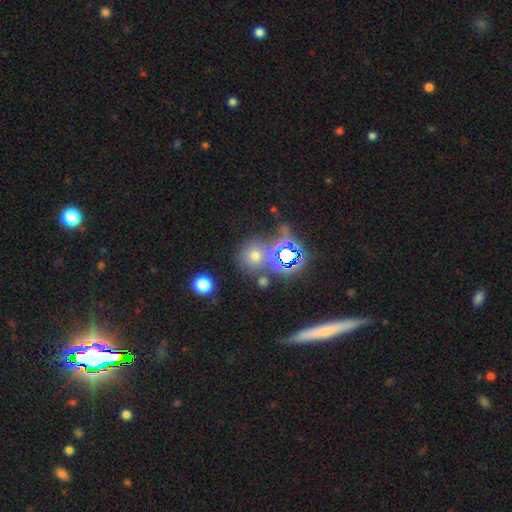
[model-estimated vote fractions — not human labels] Morphology: type=smooth (55%); roundness=round (88%); merging=none (69%).